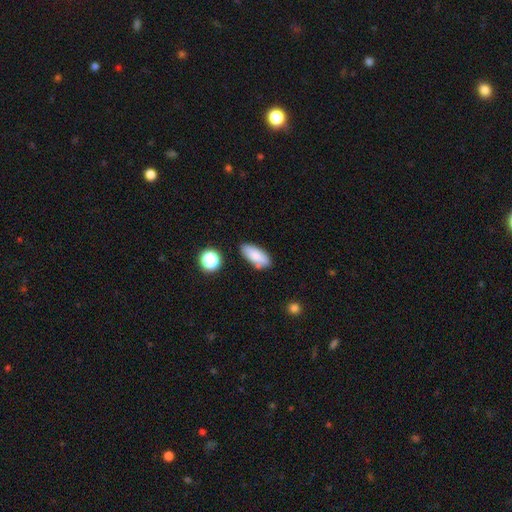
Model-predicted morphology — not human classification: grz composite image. It shows a smooth galaxy with no disk features (83%) that is in between round and cigar-shaped (82%). Merging: none (76%).